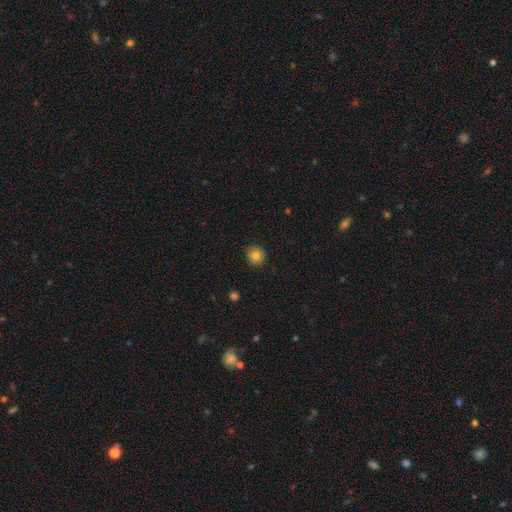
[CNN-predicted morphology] A smooth galaxy with no disk features (80%) that is round (92%).

Vote fractions:
- Smooth or featured? smooth: 80% / featured or disk: 10% / star or artifact: 10%
- How rounded? round: 92% / in between: 7% / cigar-shaped: 1%
- Merging? none: 91% / minor disturbance: 7% / major disturbance: 2% / merger: 1%